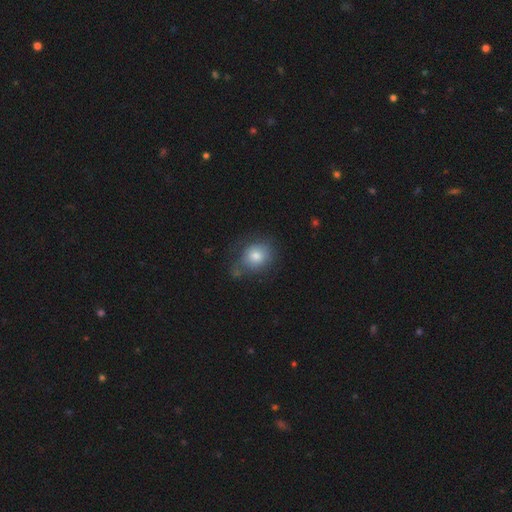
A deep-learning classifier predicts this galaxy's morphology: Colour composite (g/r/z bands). It shows a smooth galaxy with no disk features (77%) that is round (65%). Merging: none (58%).